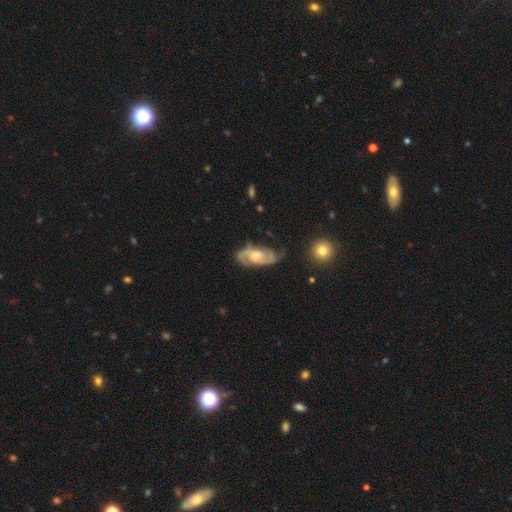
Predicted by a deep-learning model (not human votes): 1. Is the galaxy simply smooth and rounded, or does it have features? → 83% featured or disk, 12% smooth, 5% star or artifact.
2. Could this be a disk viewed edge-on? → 95% no, 5% yes.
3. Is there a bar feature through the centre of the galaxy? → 59% no, 34% weak, 7% strong.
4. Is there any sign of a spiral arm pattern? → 96% yes, 4% no.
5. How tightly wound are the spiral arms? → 47% medium, 37% tight, 16% loose.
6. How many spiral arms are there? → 74% 2, 10% can't tell, 9% 3, 2% 1, 2% 4, 2% more than 4.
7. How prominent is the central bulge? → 52% moderate, 40% small, 4% large, 3% none, 1% dominant.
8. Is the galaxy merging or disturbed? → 67% none, 22% minor disturbance, 9% major disturbance, 2% merger.